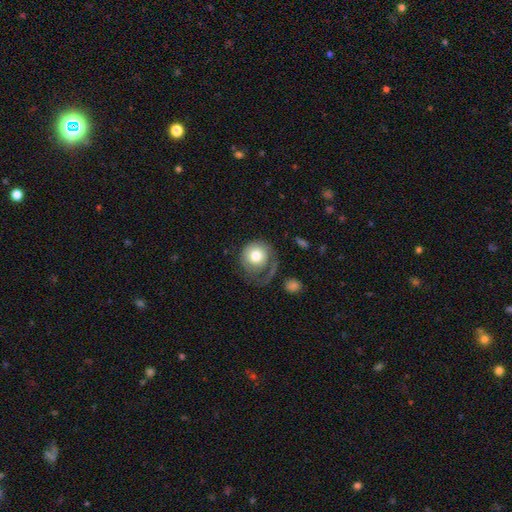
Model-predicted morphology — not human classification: Smooth or featured: smooth — 67% (featured or disk — 26%)
How rounded: round — 84% (in between — 15%)
Merging: none — 42% (major disturbance — 33%)